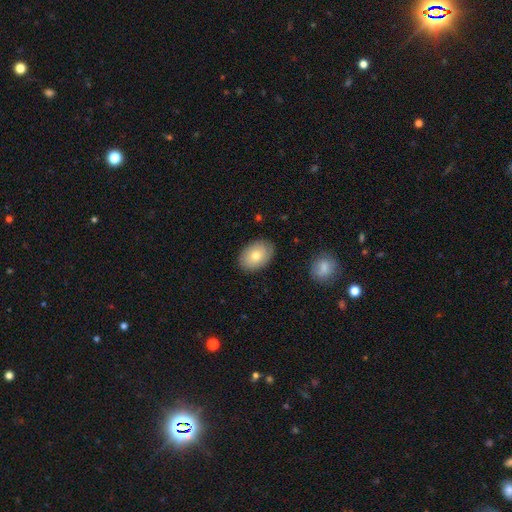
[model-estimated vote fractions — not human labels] smooth-or-featured: smooth: 75% | featured or disk: 18% | star or artifact: 7%
  how-rounded: in between: 84% | round: 15% | cigar-shaped: 1%
  merging: none: 86% | minor disturbance: 10% | major disturbance: 2% | merger: 1%